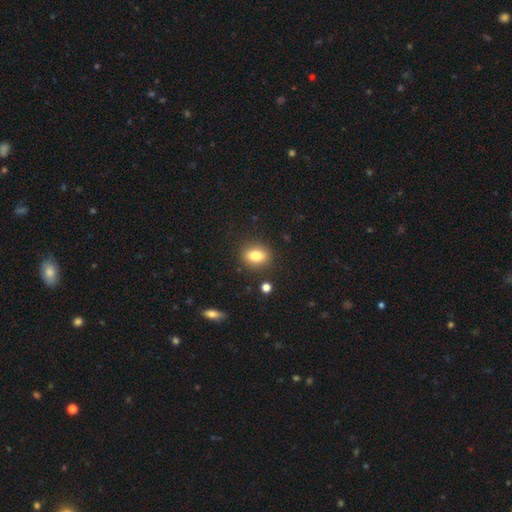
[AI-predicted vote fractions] Smooth or featured? Predicted: smooth (p=0.80). How rounded? Predicted: in between (p=0.65). Merging? Predicted: none (p=0.87).